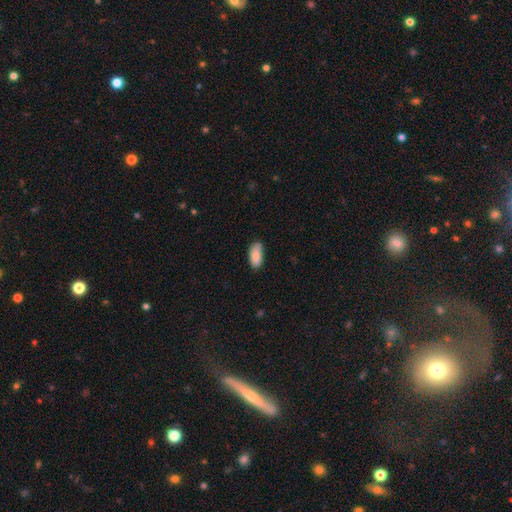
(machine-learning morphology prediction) Smooth or featured? Predicted: smooth (p=0.87). How rounded? Predicted: in between (p=0.91). Merging? Predicted: none (p=0.77).